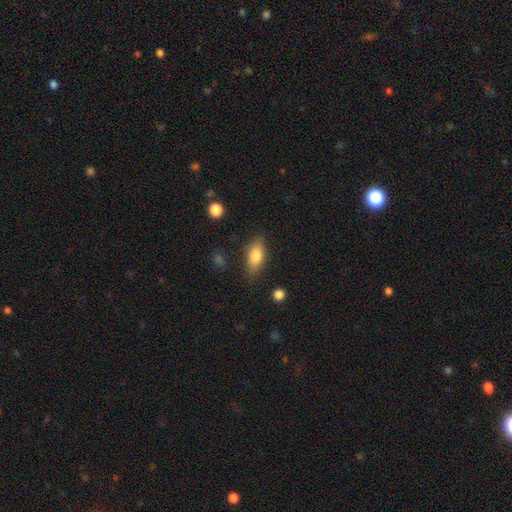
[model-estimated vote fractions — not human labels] This is likely a smooth galaxy (79%). How rounded: clearly in between (82%). Merging: clearly none (82%).